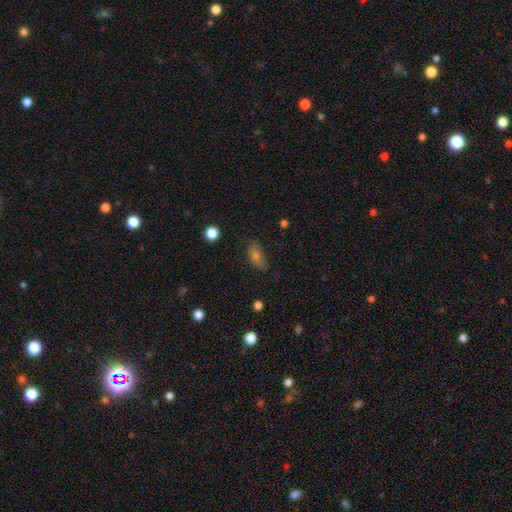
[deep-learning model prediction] smooth 58%, featured or disk 25%, star or artifact 17%. Down the decision tree: how rounded — in between (79%); merging — none (68%).